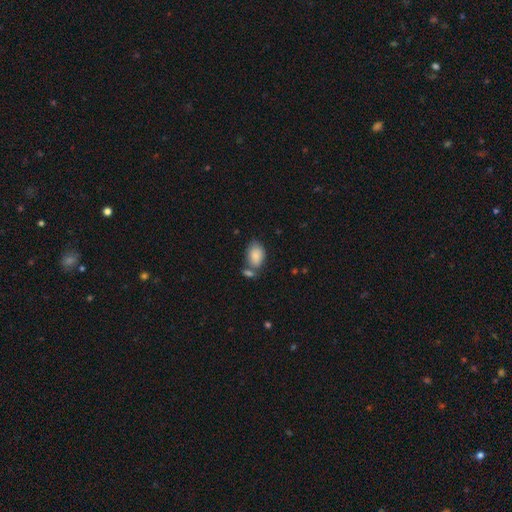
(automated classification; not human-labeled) Smooth or featured? Predicted: smooth (p=0.86). How rounded? Predicted: in between (p=0.87). Merging? Predicted: none (p=0.51).